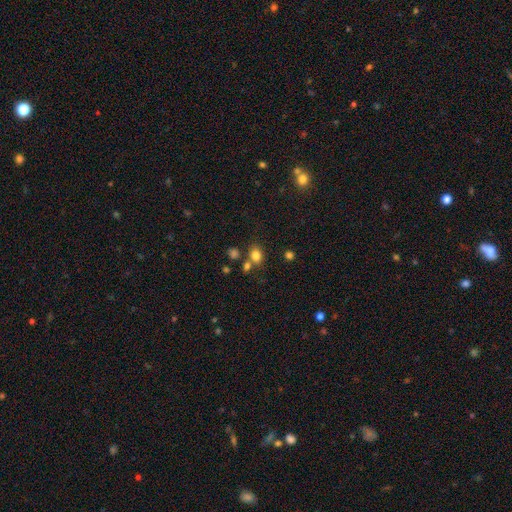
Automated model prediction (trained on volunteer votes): Smooth or featured: smooth — 79% (star or artifact — 14%)
How rounded: round — 54% (in between — 45%)
Merging: none — 66% (merger — 18%)